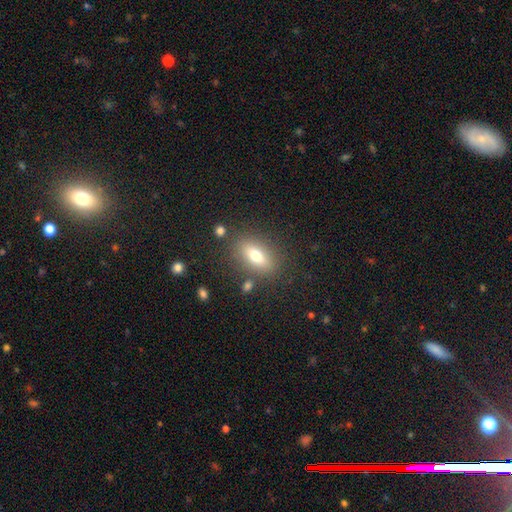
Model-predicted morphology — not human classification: Q: Smooth or featured?
A: smooth (71%); runner-up: featured or disk (19%)
Q: How rounded?
A: in between (80%); runner-up: cigar-shaped (12%)
Q: Merging?
A: none (80%); runner-up: minor disturbance (11%)